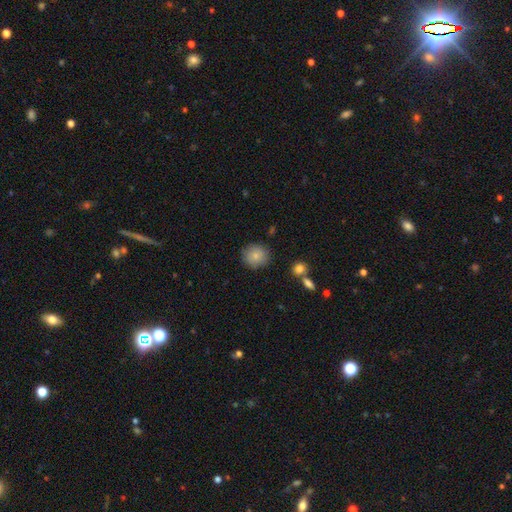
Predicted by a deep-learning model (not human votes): A smooth galaxy with no disk features (81%) that is round (91%). Merging: none (84%).